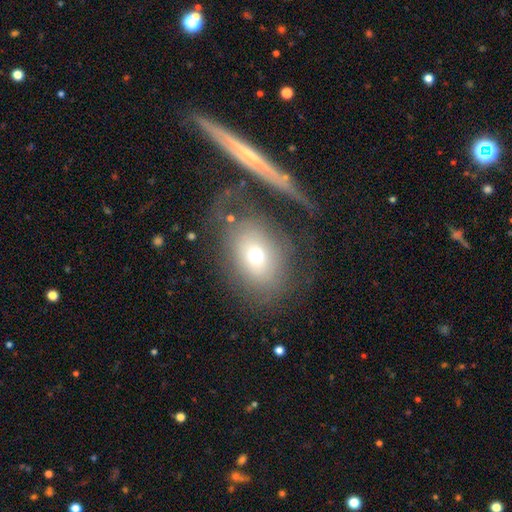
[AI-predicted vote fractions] Overall: smooth (62%; featured or disk 25%). How rounded: in between (61%; round 38%). Merging: none (48%; major disturbance 26%).